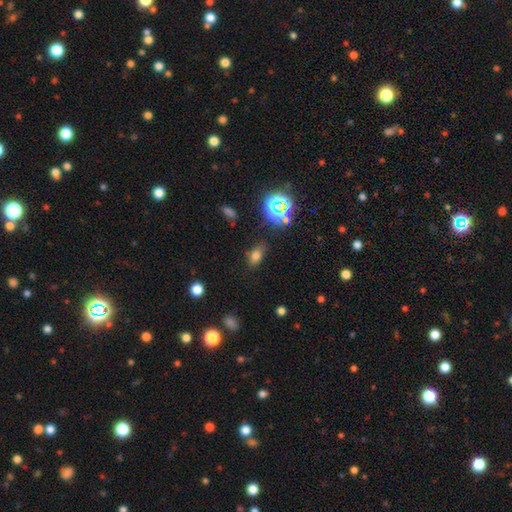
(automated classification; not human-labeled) Smooth or featured? Predicted: smooth (p=0.68). How rounded? Predicted: in between (p=0.81). Merging? Predicted: none (p=0.77).